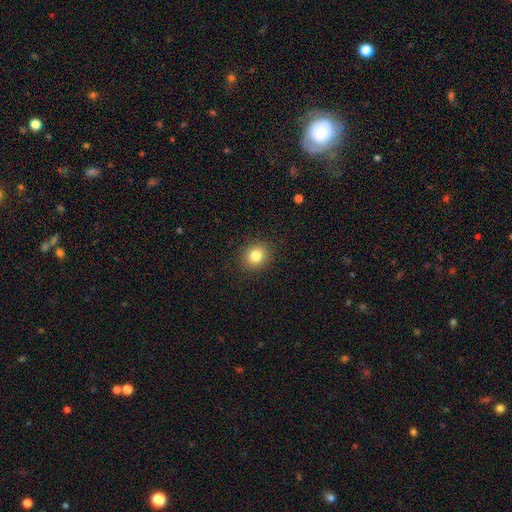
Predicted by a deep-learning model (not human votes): Smooth or featured? Predicted: smooth (p=0.83). How rounded? Predicted: round (p=0.71). Merging? Predicted: none (p=0.90).